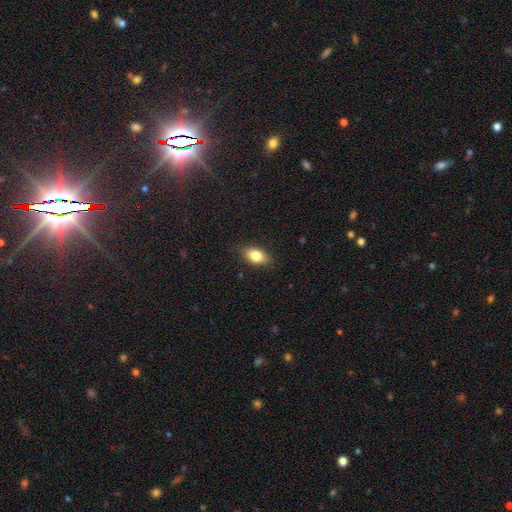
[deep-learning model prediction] Q: Smooth or featured?
A: smooth (81%); runner-up: featured or disk (11%)
Q: How rounded?
A: in between (87%); runner-up: round (9%)
Q: Merging?
A: none (84%); runner-up: minor disturbance (12%)